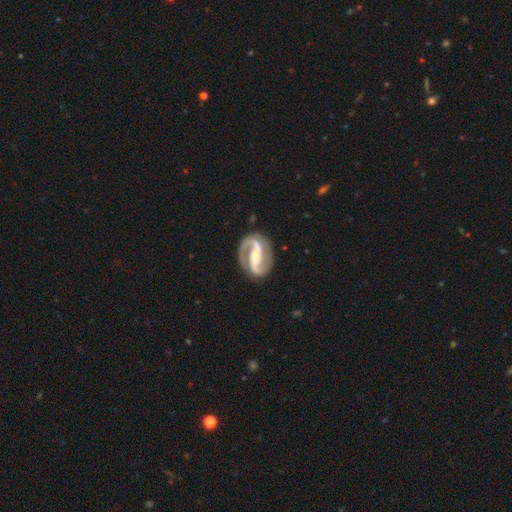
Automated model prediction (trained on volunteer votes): This appears to be a featured or disk galaxy (92%) with a strong bar (56%), 2 (93%) medium (54%) spiral arms (97%) and a small central bulge (46%). Merging: none (83%).